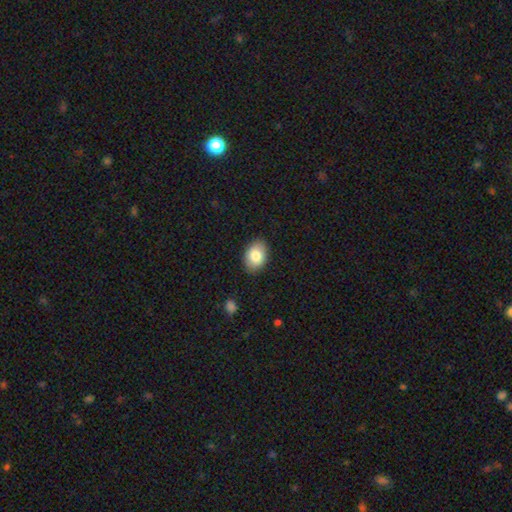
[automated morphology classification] A smooth galaxy with no disk features (83%) that is in between round and cigar-shaped (80%). Merging: none (86%).